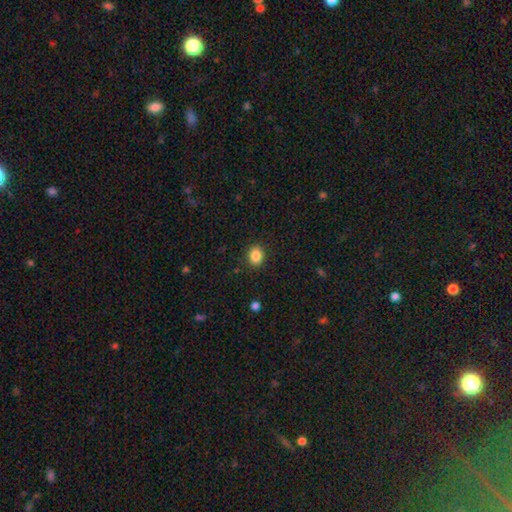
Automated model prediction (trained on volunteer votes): Smooth or featured? Predicted: smooth (p=0.86). How rounded? Predicted: in between (p=0.51). Merging? Predicted: none (p=0.88).